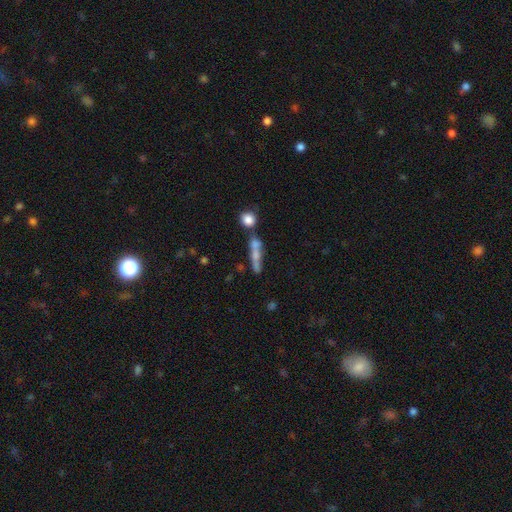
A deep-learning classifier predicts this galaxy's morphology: Smooth or featured: smooth — 47% (featured or disk — 39%)
Merging: none — 48% (merger — 29%)